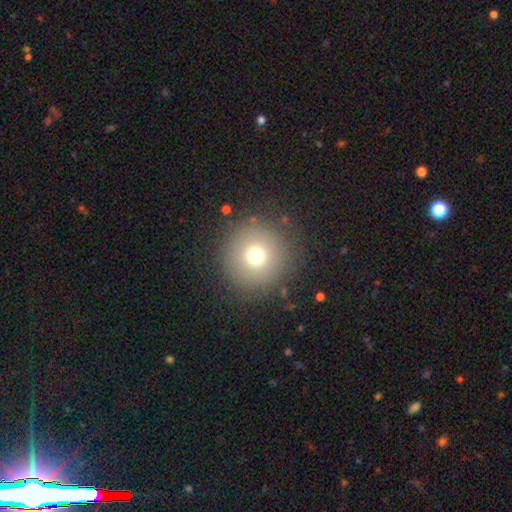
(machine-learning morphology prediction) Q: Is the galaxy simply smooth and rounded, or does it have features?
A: smooth — 73%.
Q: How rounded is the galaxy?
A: round — 96%.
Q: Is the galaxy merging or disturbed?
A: none — 87%.